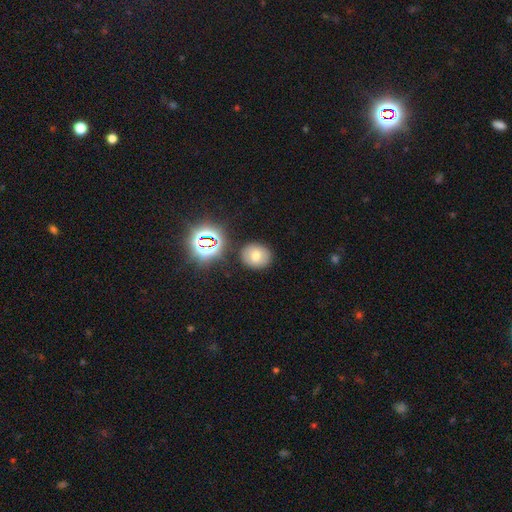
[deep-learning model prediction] smooth 65%, star or artifact 20%, featured or disk 15%. Down the decision tree: how rounded — round (78%); merging — none (86%).